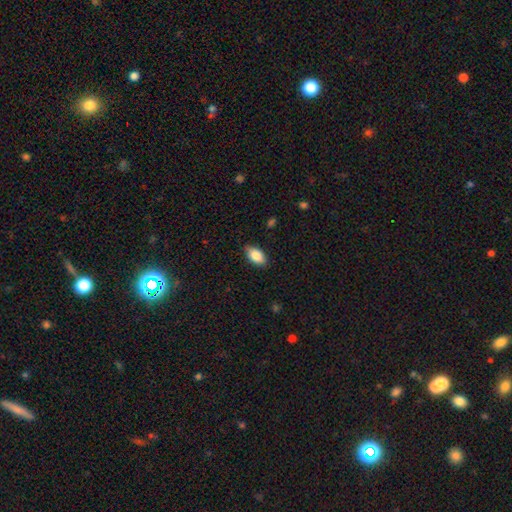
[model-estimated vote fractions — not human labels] Morphology: type=smooth (87%); roundness=in between (93%); merging=none (85%).